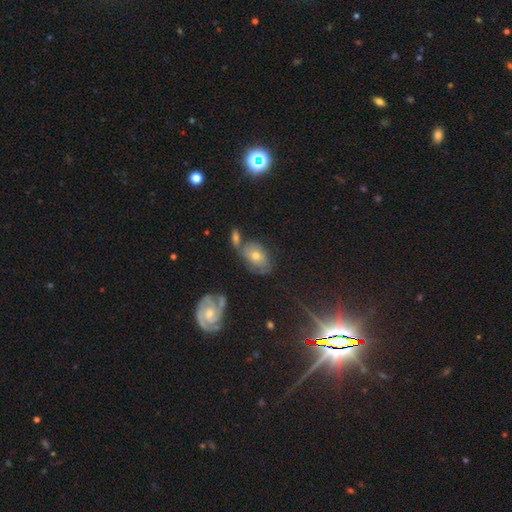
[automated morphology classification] type=featured or disk (41%); merging=none (53%).